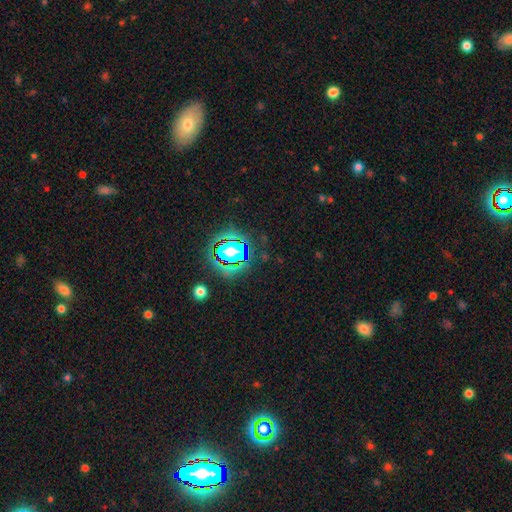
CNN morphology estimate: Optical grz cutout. It shows a star or artifact, not a galaxy (75%).